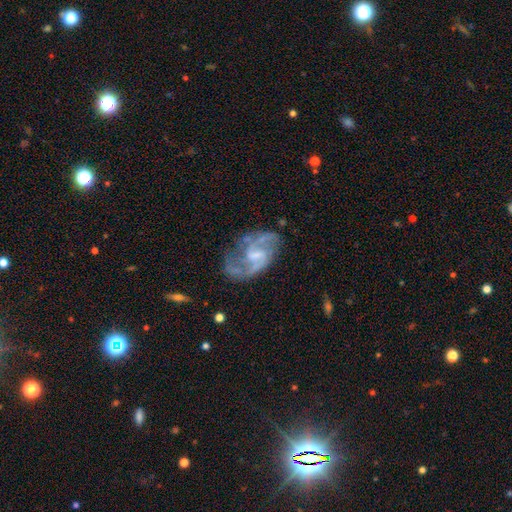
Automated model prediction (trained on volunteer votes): smooth-or-featured: featured or disk: 88% | smooth: 7% | star or artifact: 6%
  disk-edge-on: no: 98% | yes: 2%
    bar: weak: 59% | no: 23% | strong: 18%
    has-spiral-arms: yes: 95% | no: 5%
      spiral-winding: medium: 53% | loose: 32% | tight: 15%
      spiral-arm-count: 2: 80% | can't tell: 7% | 3: 6% | 1: 3% | 4: 2% | more than 4: 2%
    bulge-size: small: 41% | moderate: 29% | none: 26% | large: 3% | dominant: 1%
  merging: none: 61% | minor disturbance: 20% | major disturbance: 16% | merger: 3%